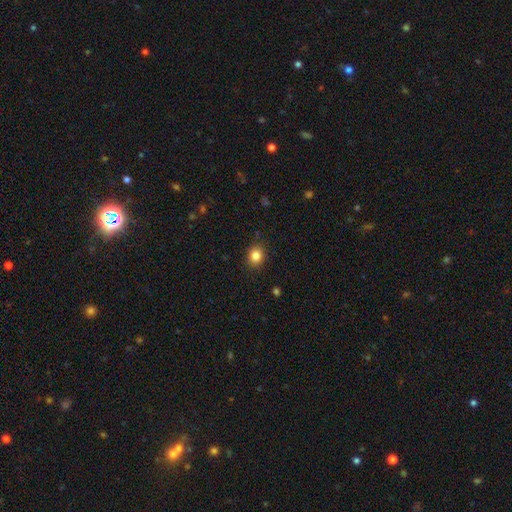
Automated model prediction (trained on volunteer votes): Smooth or featured?
  - smooth: 84% *
  - star or artifact: 11%
  - featured or disk: 5%
How rounded?
  - round: 67% *
  - in between: 33%
  - cigar-shaped: 1%
Merging?
  - none: 89% *
  - minor disturbance: 8%
  - major disturbance: 2%
  - merger: 1%